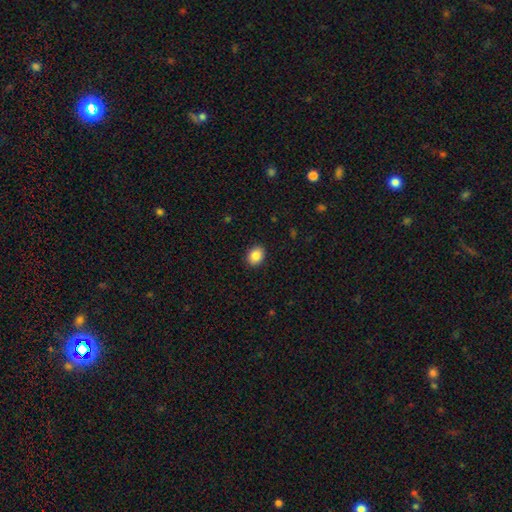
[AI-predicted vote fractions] Morphology: type=smooth (87%); roundness=in between (51%); merging=none (91%).